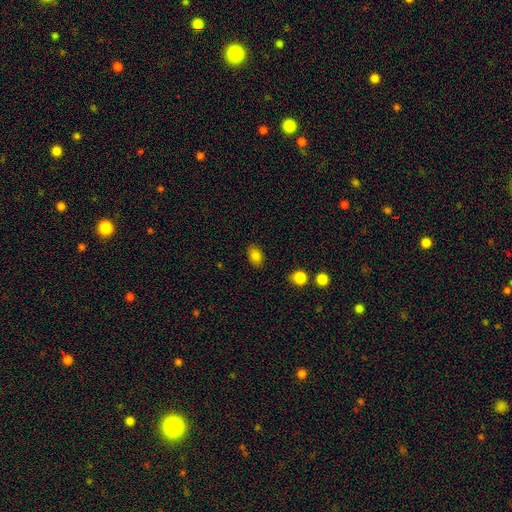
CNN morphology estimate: A smooth galaxy with no disk features (84%) that is in between round and cigar-shaped (84%). Merging: none (85%).